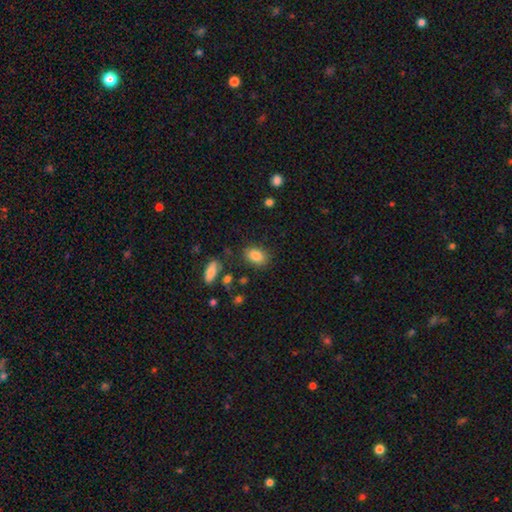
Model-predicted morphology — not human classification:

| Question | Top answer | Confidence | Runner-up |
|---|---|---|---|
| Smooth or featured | smooth | 85% | star or artifact (8%) |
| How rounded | in between | 85% | round (14%) |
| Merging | none | 80% | minor disturbance (13%) |